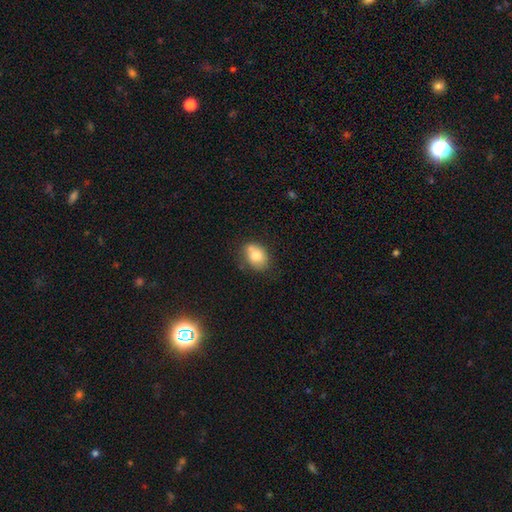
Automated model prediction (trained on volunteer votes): A smooth galaxy with no disk features (76%) that is in between round and cigar-shaped (62%). Merging: none (63%).